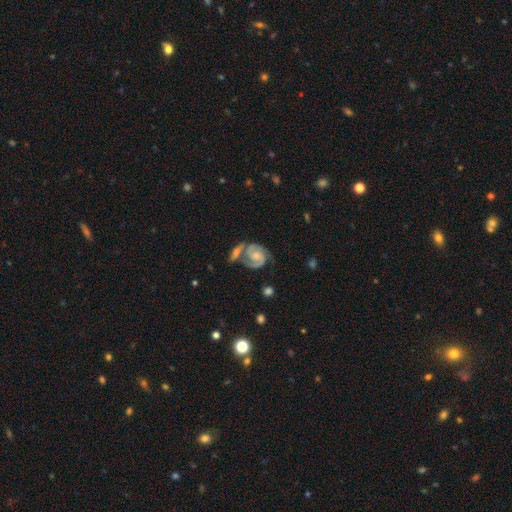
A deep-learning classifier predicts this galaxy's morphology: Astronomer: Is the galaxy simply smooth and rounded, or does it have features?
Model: featured or disk — 86%.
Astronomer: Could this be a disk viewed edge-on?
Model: no — 98%.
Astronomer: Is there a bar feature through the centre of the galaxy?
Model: no — 64%.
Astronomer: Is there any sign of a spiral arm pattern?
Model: yes — 97%.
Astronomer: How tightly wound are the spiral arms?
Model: tight — 48% (runner-up: medium, 43%).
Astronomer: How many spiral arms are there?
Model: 2 — 83%.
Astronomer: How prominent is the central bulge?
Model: small — 45% (runner-up: moderate, 43%).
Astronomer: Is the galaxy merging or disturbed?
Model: none — 41% (runner-up: merger, 32%).